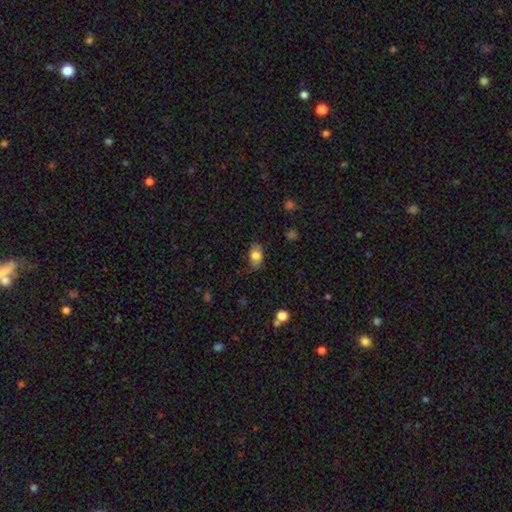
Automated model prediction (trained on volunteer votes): Smooth or featured? Predicted: smooth (p=0.81). How rounded? Predicted: in between (p=0.88). Merging? Predicted: none (p=0.75).